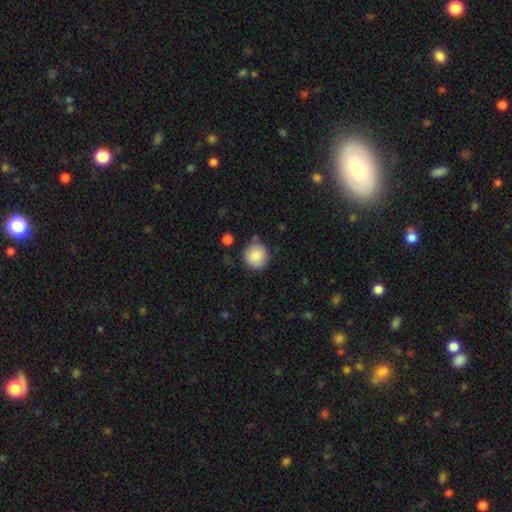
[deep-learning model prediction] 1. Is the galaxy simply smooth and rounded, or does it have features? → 87% smooth, 7% star or artifact, 5% featured or disk.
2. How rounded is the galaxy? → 91% round, 8% in between, 1% cigar-shaped.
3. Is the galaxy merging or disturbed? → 81% none, 12% minor disturbance, 3% merger, 3% major disturbance.